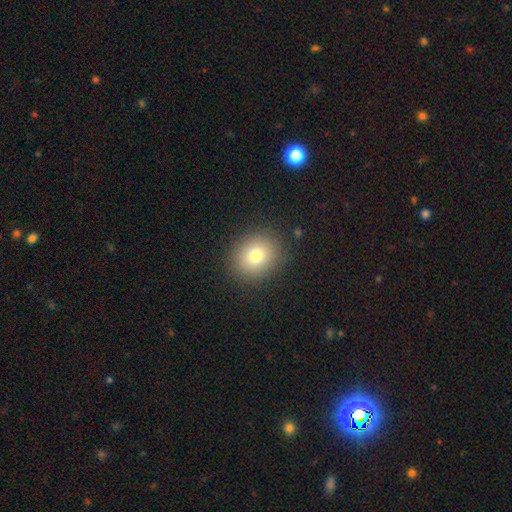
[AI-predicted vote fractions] This appears to be a smooth galaxy with no disk features (78%) that is round (76%). Merging: none (89%).